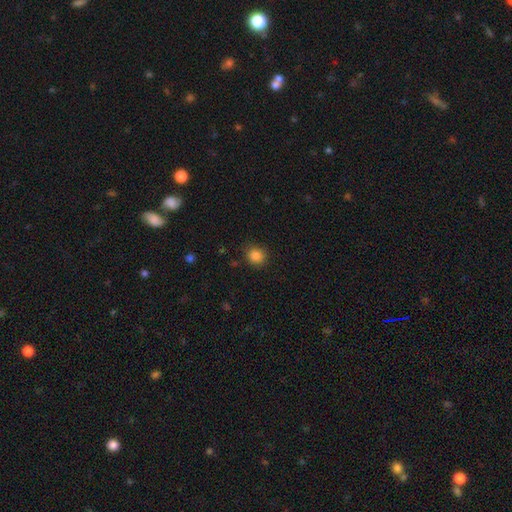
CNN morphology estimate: smooth-or-featured: smooth: 85% | star or artifact: 11% | featured or disk: 4%
  how-rounded: round: 81% | in between: 18% | cigar-shaped: 1%
  merging: none: 86% | minor disturbance: 10% | major disturbance: 3% | merger: 1%